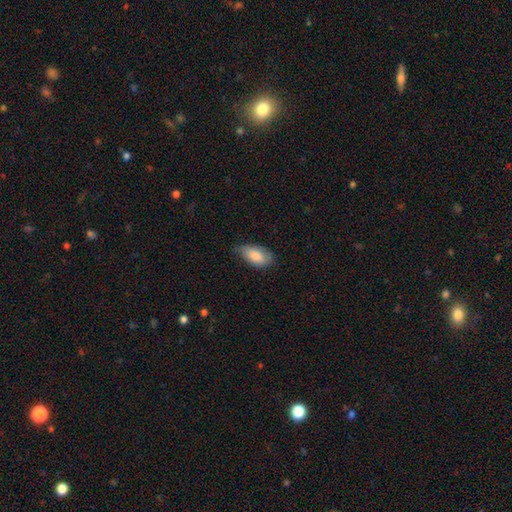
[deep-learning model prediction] smooth 84%, featured or disk 10%, star or artifact 6%. Down the decision tree: how rounded — in between (93%); merging — none (58%).